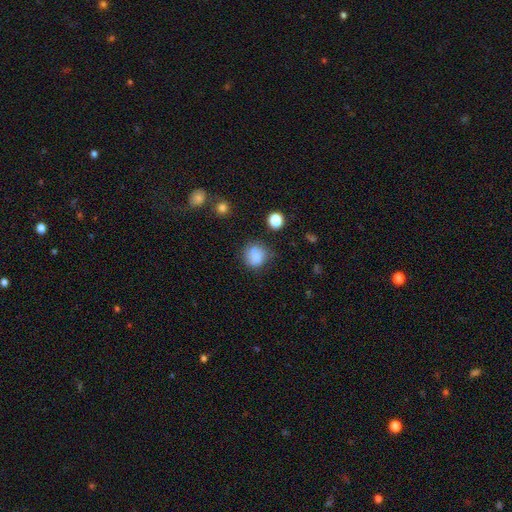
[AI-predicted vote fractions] Overall: smooth (77%). How rounded: round (81%). Merging: none (60%).